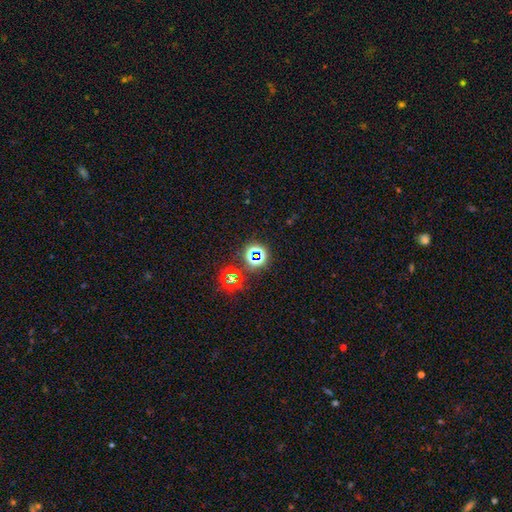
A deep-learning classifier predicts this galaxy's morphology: Smooth or featured?
  - star or artifact: 71% *
  - smooth: 20%
  - featured or disk: 9%